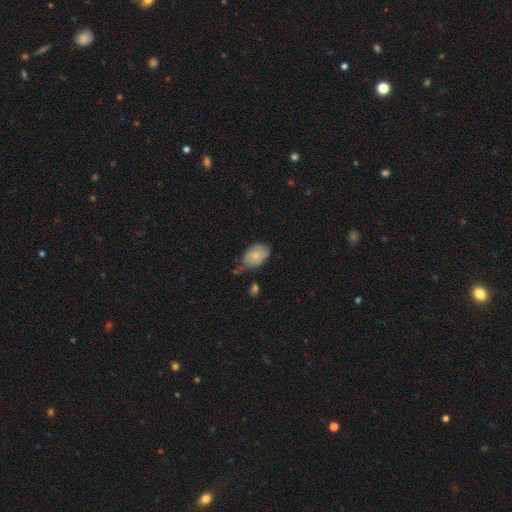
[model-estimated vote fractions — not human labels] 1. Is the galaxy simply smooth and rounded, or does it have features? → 77% smooth, 16% featured or disk, 7% star or artifact.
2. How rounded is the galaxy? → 86% in between, 13% round, 1% cigar-shaped.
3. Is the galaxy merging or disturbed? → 41% minor disturbance, 35% none, 16% major disturbance, 9% merger.